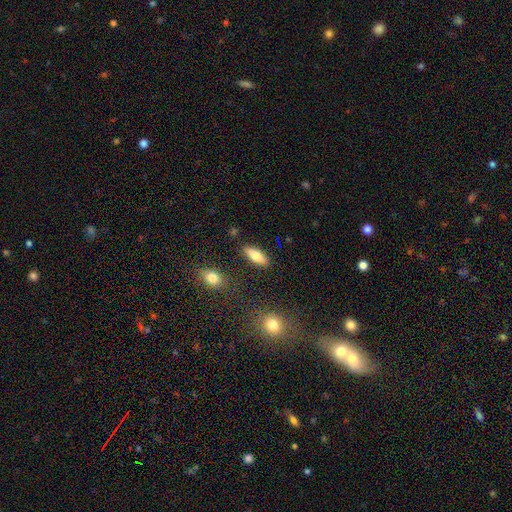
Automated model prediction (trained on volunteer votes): The model was most divided on "how rounded": in between: 65%, cigar-shaped: 33%, round: 2%. More confident: merging — none (86%); smooth or featured — smooth (81%).